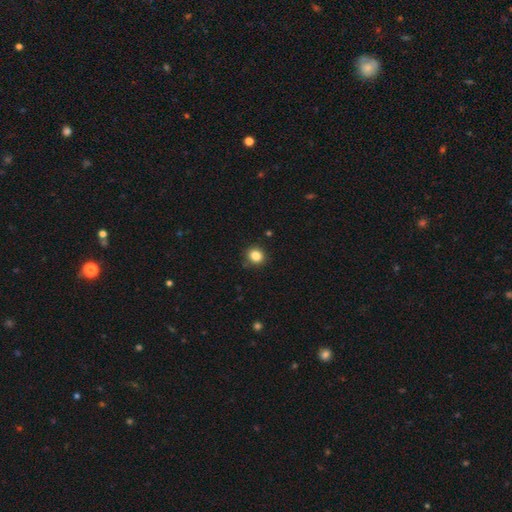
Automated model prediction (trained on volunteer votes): The model was most divided on "how rounded": round: 81%, in between: 18%, cigar-shaped: 1%. More confident: merging — none (86%); smooth or featured — smooth (85%).